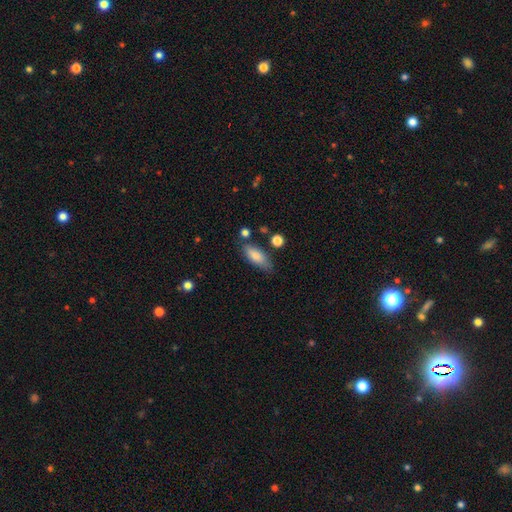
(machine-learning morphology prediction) This is clearly a smooth galaxy (81%). How rounded: likely in between (76%). Merging: likely none (69%).